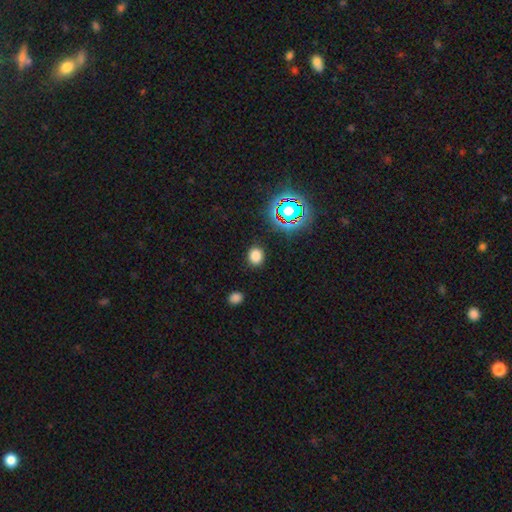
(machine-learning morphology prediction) smooth_or_featured: smooth (p=0.77) [alt: star or artifact p=0.18]
how_rounded: round (p=0.61) [alt: in between p=0.38]
merging: none (p=0.87) [alt: minor disturbance p=0.08]